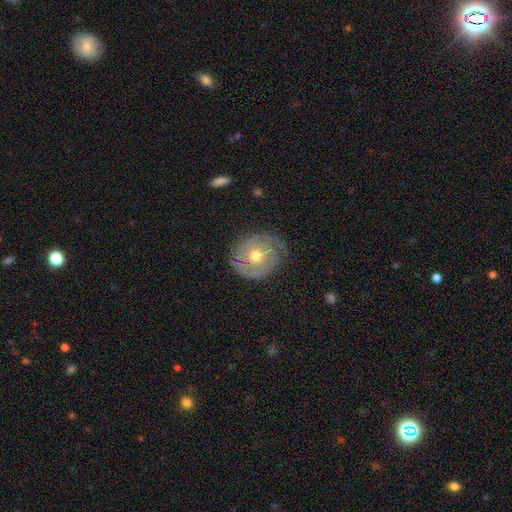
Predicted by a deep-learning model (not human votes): Overall: featured or disk (72%). Edge-on disk: no (97%). Bar: no (80%). Spiral arms: yes (85%). Spiral arm count: 2 (45%; can't tell 26%). Spiral winding: tight (69%). Bulge size: moderate (73%). Merging: none (73%).